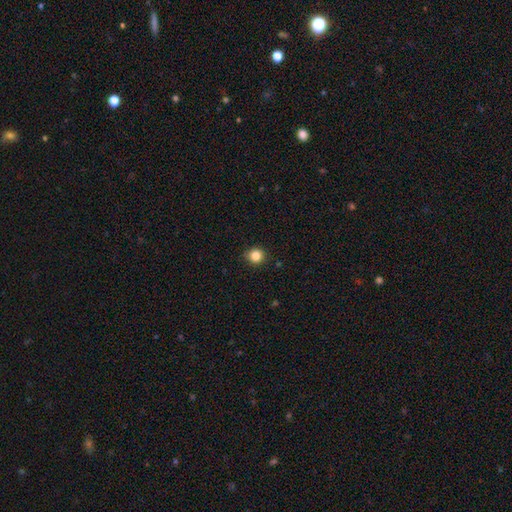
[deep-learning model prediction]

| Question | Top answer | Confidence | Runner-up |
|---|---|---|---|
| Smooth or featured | smooth | 84% | star or artifact (11%) |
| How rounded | round | 90% | in between (9%) |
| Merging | none | 88% | minor disturbance (9%) |